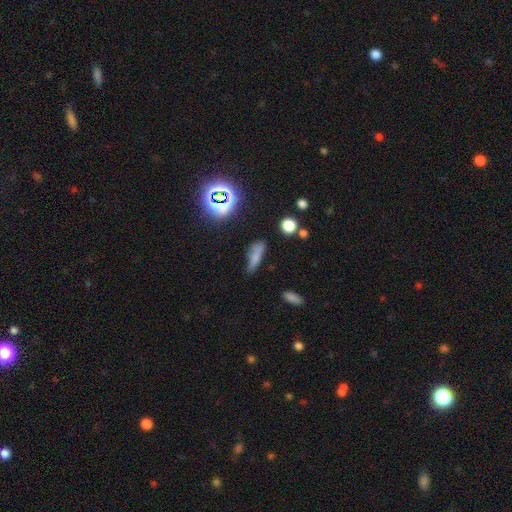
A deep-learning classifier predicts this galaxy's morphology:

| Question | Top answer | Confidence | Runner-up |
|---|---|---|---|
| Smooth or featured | smooth | 69% | star or artifact (15%) |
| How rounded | cigar-shaped | 59% | in between (36%) |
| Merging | none | 59% | minor disturbance (26%) |